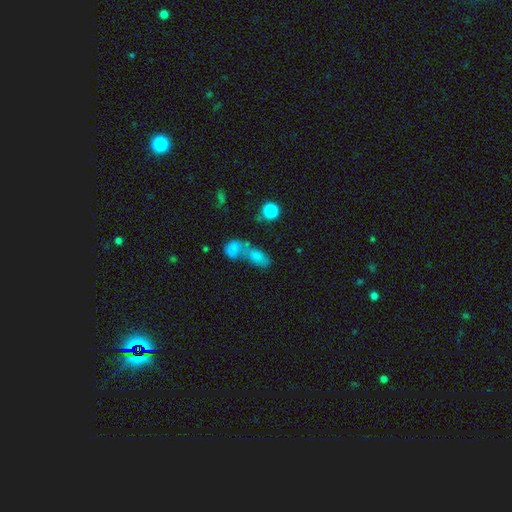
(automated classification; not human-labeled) Smooth or featured: smooth — 57% (star or artifact — 22%)
How rounded: in between — 70% (round — 22%)
Merging: merger — 58% (none — 26%)